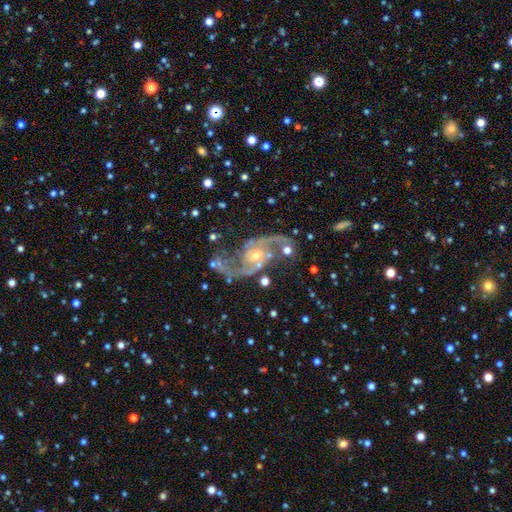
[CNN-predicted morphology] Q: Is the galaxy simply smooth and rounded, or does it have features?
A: featured or disk — 91%.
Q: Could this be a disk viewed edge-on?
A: no — 98%.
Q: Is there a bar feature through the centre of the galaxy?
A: no — 56%.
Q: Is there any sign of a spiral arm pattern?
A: yes — 97%.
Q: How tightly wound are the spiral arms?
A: loose — 51%.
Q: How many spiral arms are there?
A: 2 — 94%.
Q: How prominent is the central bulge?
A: small — 59%.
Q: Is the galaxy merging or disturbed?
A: none — 63%.